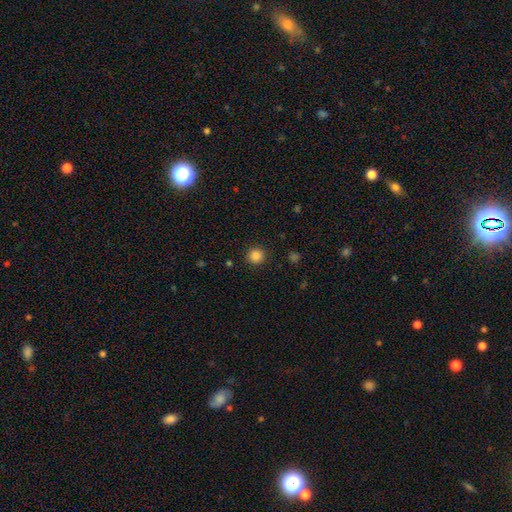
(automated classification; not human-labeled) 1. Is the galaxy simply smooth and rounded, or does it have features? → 85% smooth, 11% star or artifact, 3% featured or disk.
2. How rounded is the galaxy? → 94% round, 5% in between, 1% cigar-shaped.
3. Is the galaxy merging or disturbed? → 91% none, 6% minor disturbance, 2% major disturbance, 1% merger.